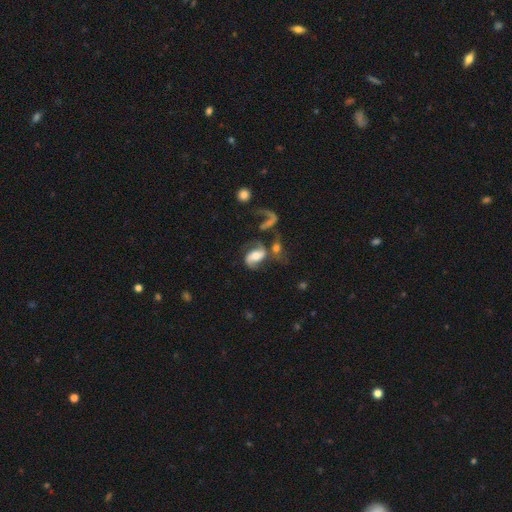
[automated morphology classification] Smooth or featured: featured or disk — 66% (smooth — 25%)
Edge-on disk: no — 96% (yes — 4%)
Bar: no — 45% (weak — 35%)
Spiral arms: yes — 86% (no — 14%)
Spiral winding: loose — 52% (medium — 35%)
Spiral arm count: 2 — 73% (1 — 18%)
Bulge size: moderate — 51% (small — 19%)
Merging: merger — 35% (none — 30%)